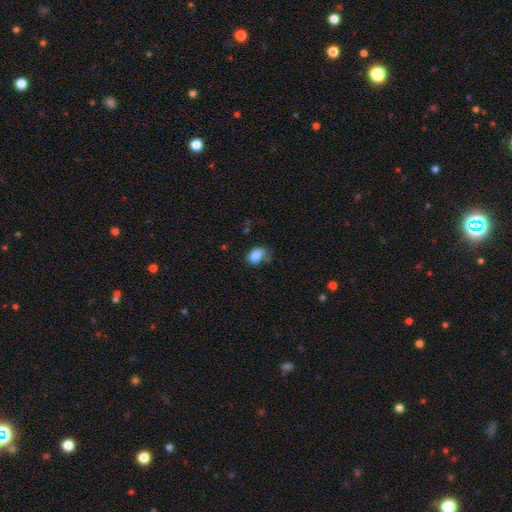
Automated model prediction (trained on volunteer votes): Smooth or featured? Predicted: smooth (p=0.83). How rounded? Predicted: in between (p=0.81). Merging? Predicted: none (p=0.45).